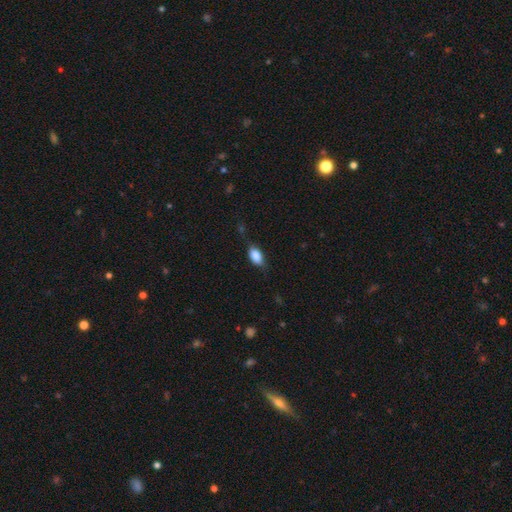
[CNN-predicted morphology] Smooth or featured? Predicted: smooth (p=0.84). How rounded? Predicted: in between (p=0.88). Merging? Predicted: none (p=0.70).